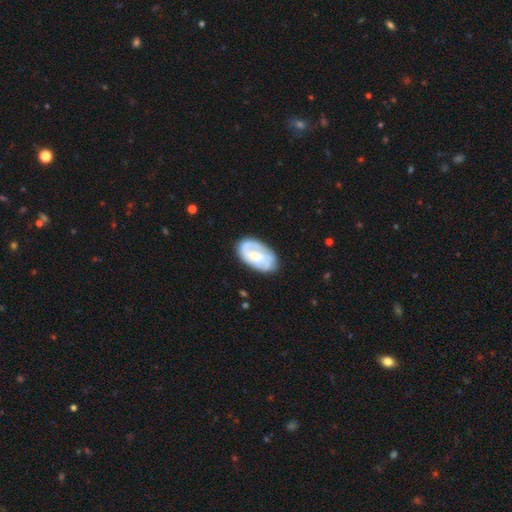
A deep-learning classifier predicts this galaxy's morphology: The model was most divided on "bulge size": none: 31%, small: 26%, moderate: 25%, large: 15%, dominant: 3%. More confident: edge-on disk — no (96%); spiral arms — yes (80%); merging — none (69%); bar — no (64%); smooth or featured — featured or disk (57%).